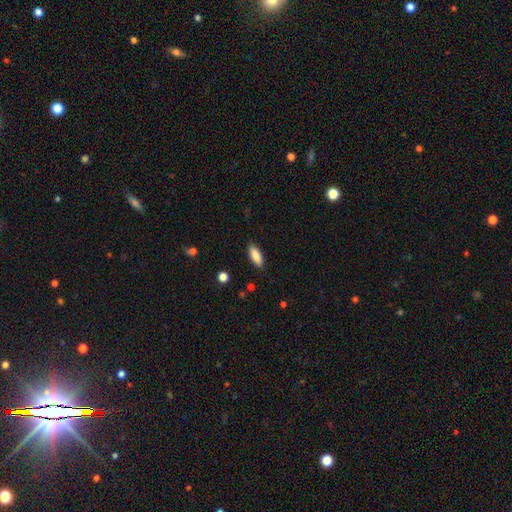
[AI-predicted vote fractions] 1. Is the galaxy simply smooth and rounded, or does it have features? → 87% smooth, 6% featured or disk, 6% star or artifact.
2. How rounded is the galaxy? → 70% in between, 28% cigar-shaped, 2% round.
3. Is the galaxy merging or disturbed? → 88% none, 9% minor disturbance, 2% major disturbance, 1% merger.